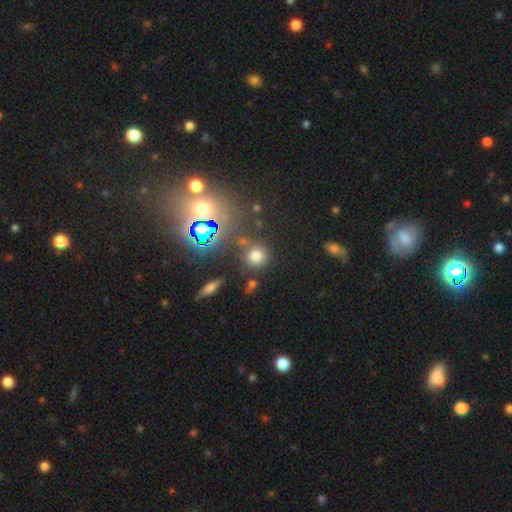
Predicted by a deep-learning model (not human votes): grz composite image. It shows a smooth galaxy with no disk features (70%) that is round (89%). Merging: none (76%).